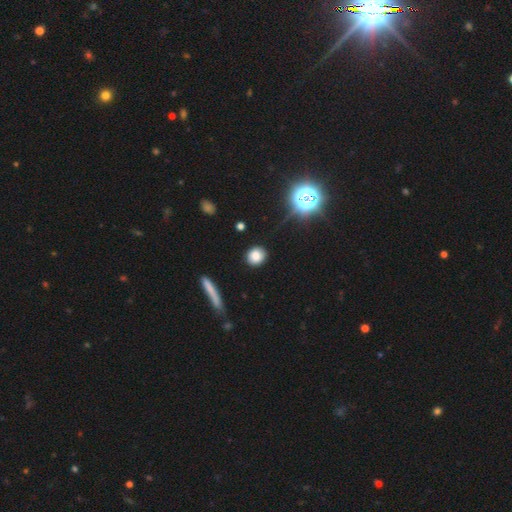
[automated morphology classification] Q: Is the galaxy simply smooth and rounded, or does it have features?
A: smooth — 81%.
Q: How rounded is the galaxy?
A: round — 74%.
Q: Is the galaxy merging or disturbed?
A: none — 87%.